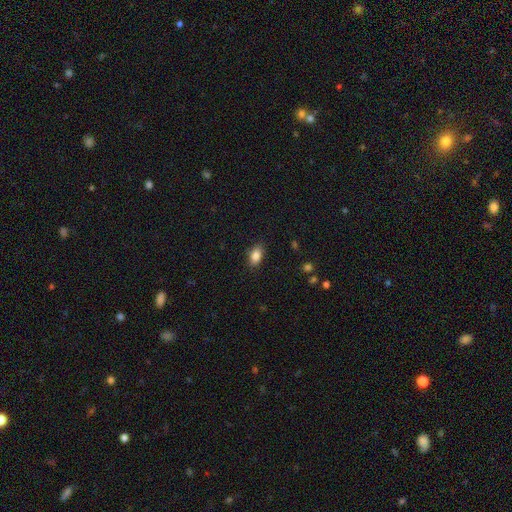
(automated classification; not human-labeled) A smooth galaxy with no disk features (86%) that is in between round and cigar-shaped (89%).

Vote fractions:
- Smooth or featured? smooth: 86% / star or artifact: 8% / featured or disk: 6%
- How rounded? in between: 89% / round: 8% / cigar-shaped: 3%
- Merging? none: 86% / minor disturbance: 10% / major disturbance: 2% / merger: 1%